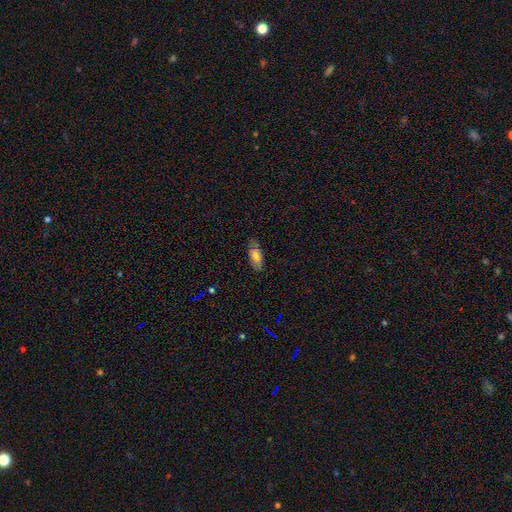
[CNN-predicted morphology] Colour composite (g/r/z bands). It shows a smooth galaxy with no disk features (70%) that is in between round and cigar-shaped (83%). Merging: none (77%).